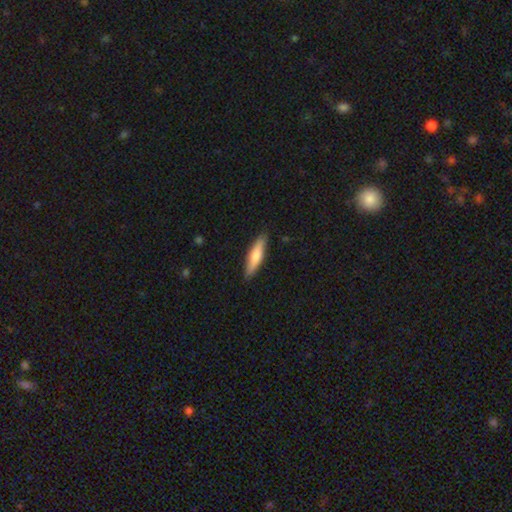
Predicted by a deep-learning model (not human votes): Smooth or featured? Predicted: smooth (p=0.70). How rounded? Predicted: cigar-shaped (p=0.77). Merging? Predicted: none (p=0.88).